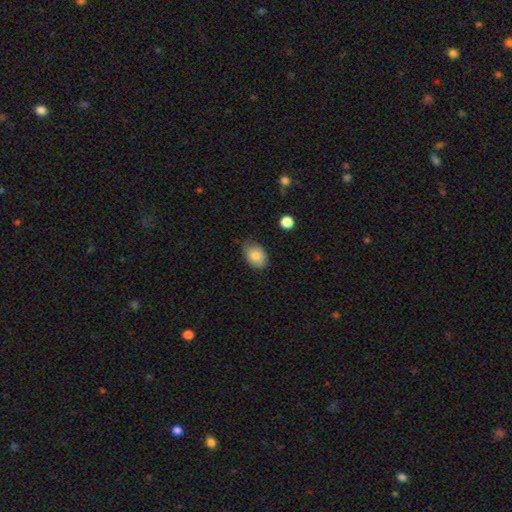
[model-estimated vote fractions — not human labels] smooth 85%, featured or disk 8%, star or artifact 7%. Down the decision tree: how rounded — in between (81%); merging — none (70%).